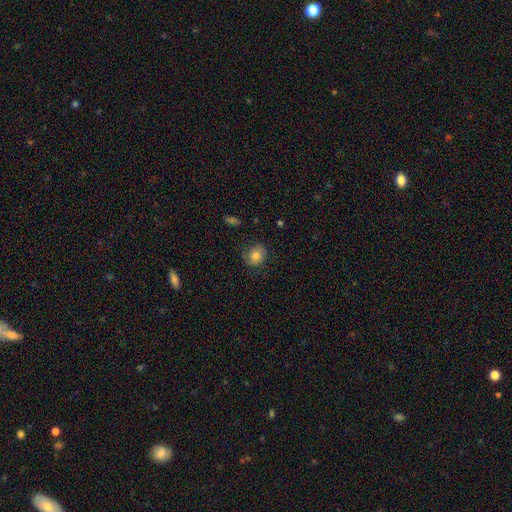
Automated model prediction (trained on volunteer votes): This appears to be a smooth galaxy with no disk features (67%) that is round (79%). Merging: none (69%).